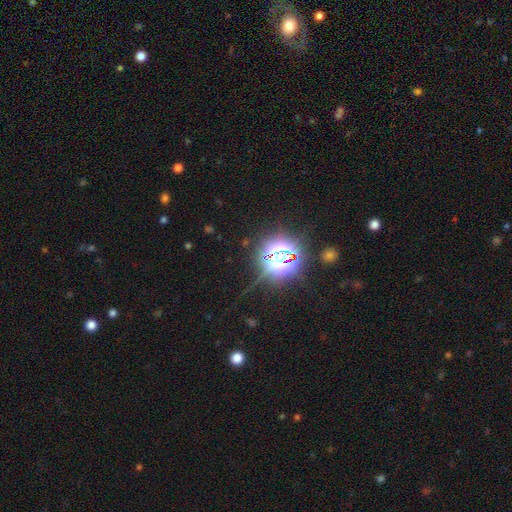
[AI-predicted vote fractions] star or artifact 79%, smooth 12%, featured or disk 9%.